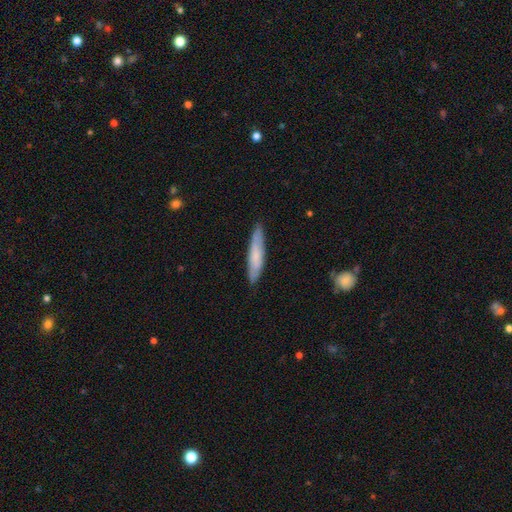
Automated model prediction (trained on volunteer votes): Q: Smooth or featured?
A: smooth (65%); runner-up: featured or disk (29%)
Q: How rounded?
A: cigar-shaped (87%); runner-up: in between (12%)
Q: Merging?
A: none (84%); runner-up: minor disturbance (13%)